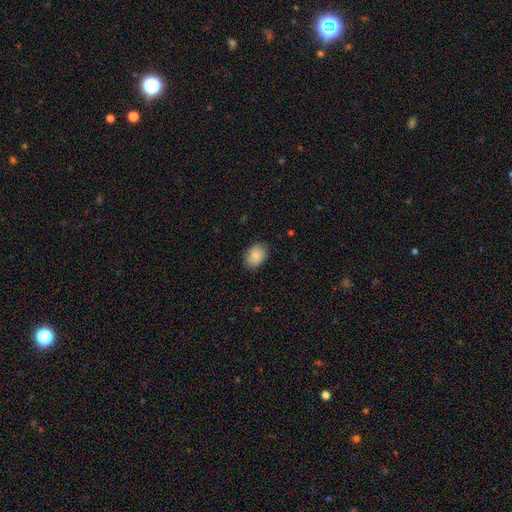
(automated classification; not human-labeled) This is clearly a smooth galaxy (83%). How rounded: likely in between (71%). Merging: clearly none (83%).